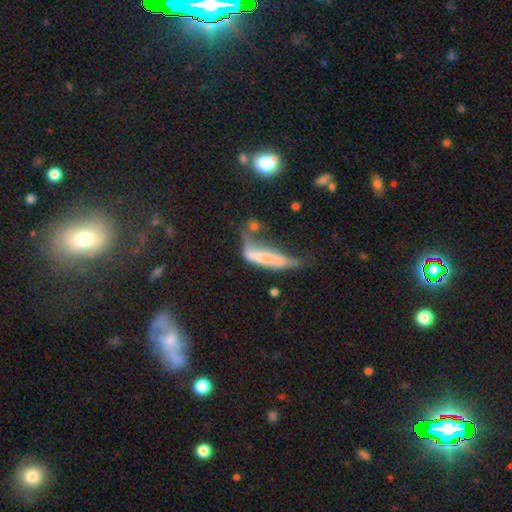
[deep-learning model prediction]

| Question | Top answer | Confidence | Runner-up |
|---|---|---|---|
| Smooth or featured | smooth | 53% | featured or disk (38%) |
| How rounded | cigar-shaped | 63% | in between (33%) |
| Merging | major disturbance | 34% | merger (31%) |